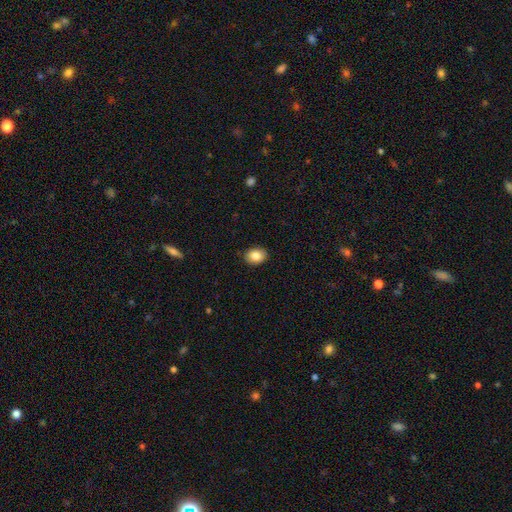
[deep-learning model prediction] This appears to be a smooth galaxy with no disk features (86%) that is in between round and cigar-shaped (67%). Merging: none (89%).